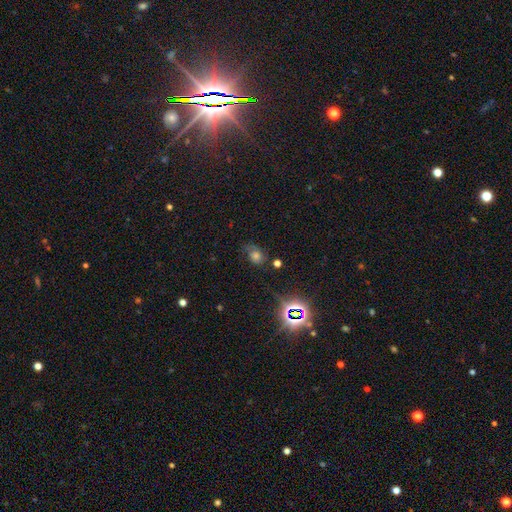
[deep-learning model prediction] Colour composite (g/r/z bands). It shows a smooth galaxy with no disk features (41%). Merging: none (54%).